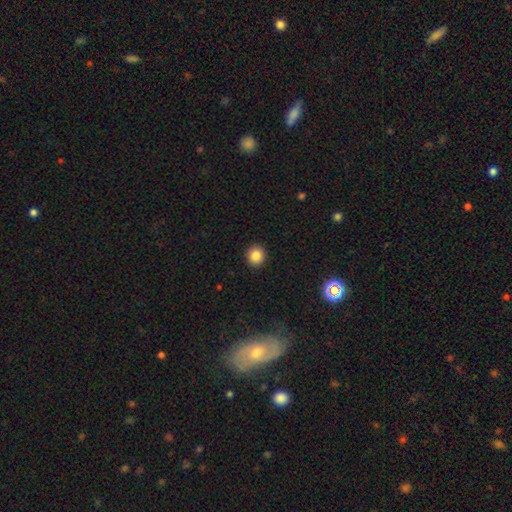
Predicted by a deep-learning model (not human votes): A smooth galaxy with no disk features (84%) that is round (91%).

Vote fractions:
- Smooth or featured? smooth: 84% / star or artifact: 11% / featured or disk: 5%
- How rounded? round: 91% / in between: 8% / cigar-shaped: 1%
- Merging? none: 93% / minor disturbance: 5% / major disturbance: 2% / merger: 1%